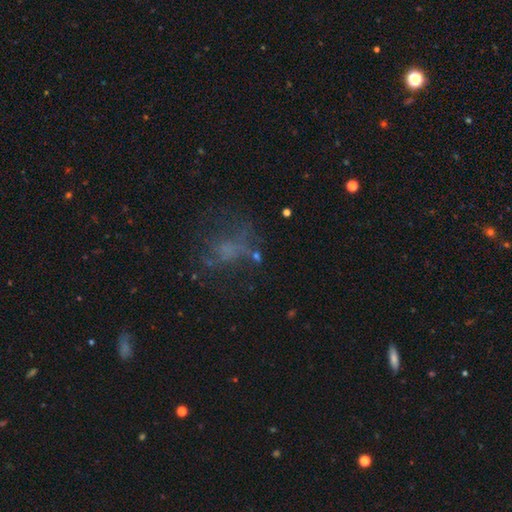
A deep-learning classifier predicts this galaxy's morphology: featured or disk 38%, smooth 34%, star or artifact 28%. Down the decision tree: merging — none (44%).